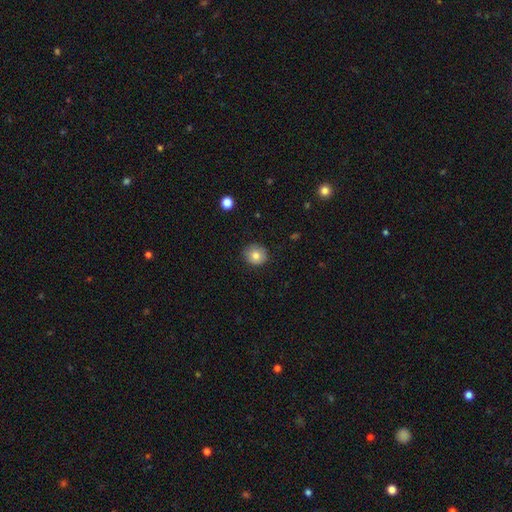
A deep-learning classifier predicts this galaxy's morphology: This appears to be a smooth galaxy with no disk features (82%) that is round (86%). Merging: none (87%).